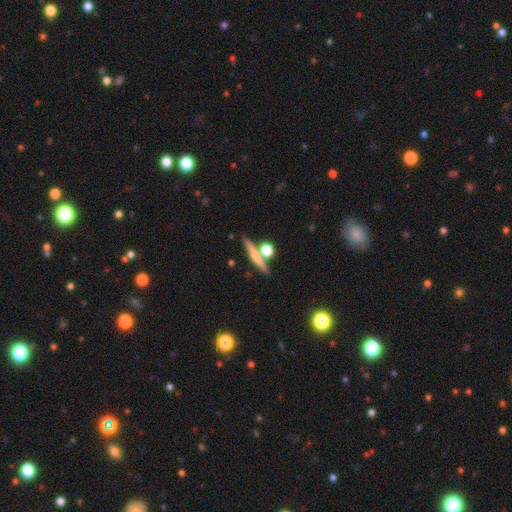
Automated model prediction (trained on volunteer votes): smooth 52%, featured or disk 39%, star or artifact 9%. Down the decision tree: how rounded — cigar-shaped (74%); merging — none (71%).